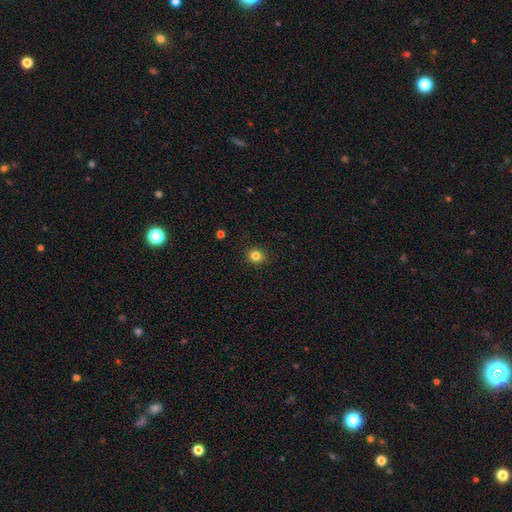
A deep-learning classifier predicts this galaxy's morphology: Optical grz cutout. It shows a smooth galaxy with no disk features (83%) that is round (77%). Merging: none (90%).